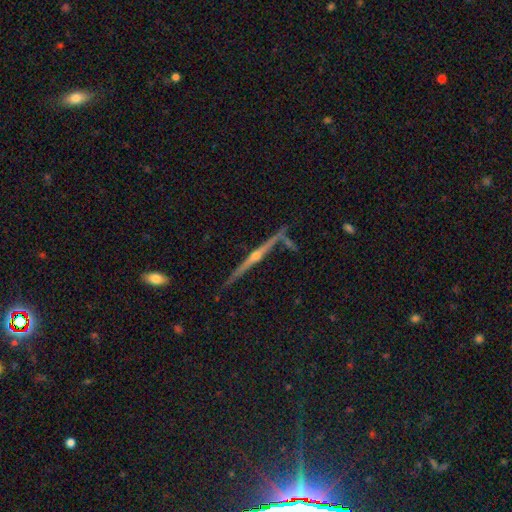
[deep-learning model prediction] Smooth or featured: featured or disk — 84% (star or artifact — 9%)
Edge-on disk: yes — 98% (no — 2%)
Edge-on bulge: rounded — 90% (none — 6%)
Merging: none — 84% (minor disturbance — 9%)